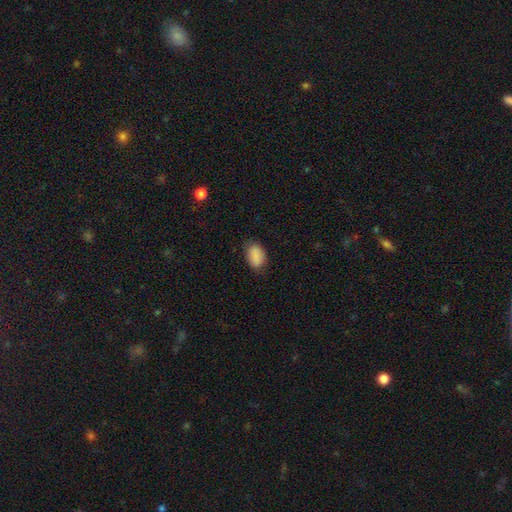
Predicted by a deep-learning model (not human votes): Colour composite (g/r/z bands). It shows a smooth galaxy with no disk features (88%) that is in between round and cigar-shaped (87%). Merging: none (77%).